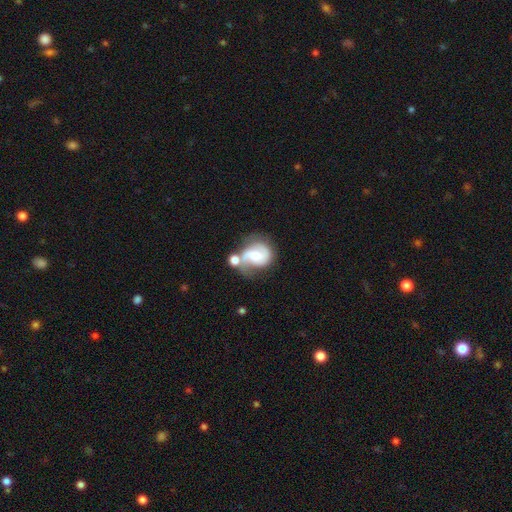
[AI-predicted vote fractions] This appears to be a featured or disk galaxy (66%) with no bar (53%), 2 (75%) medium (45%) spiral arms (86%) and a moderate central bulge (57%). Merging: merger (35%).